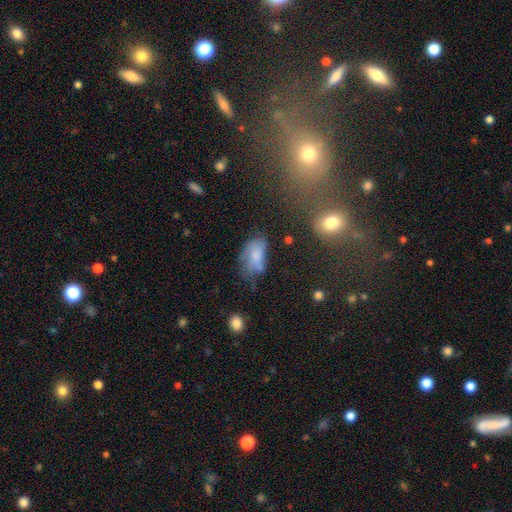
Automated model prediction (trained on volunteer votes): This appears to be a smooth galaxy with no disk features (62%) that is in between round and cigar-shaped (90%). Merging: none (31%, tied with minor disturbance).